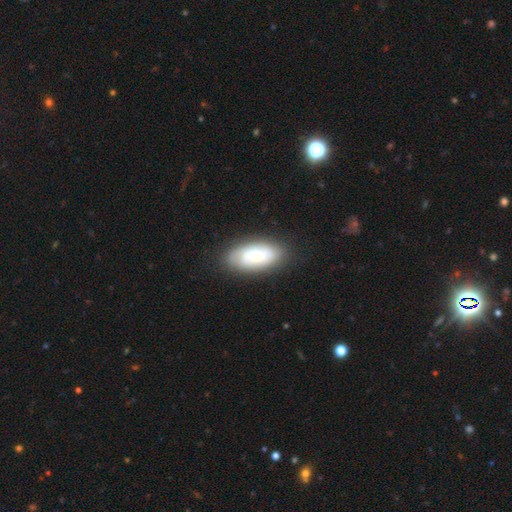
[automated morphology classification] type=smooth (52%); roundness=in between (91%); merging=none (78%).